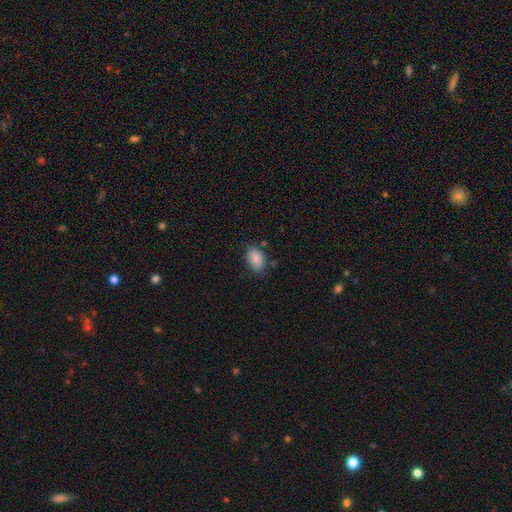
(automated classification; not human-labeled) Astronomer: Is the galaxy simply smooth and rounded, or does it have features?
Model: smooth — 86%.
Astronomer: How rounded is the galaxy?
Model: in between — 86%.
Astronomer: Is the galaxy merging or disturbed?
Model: none — 73%.